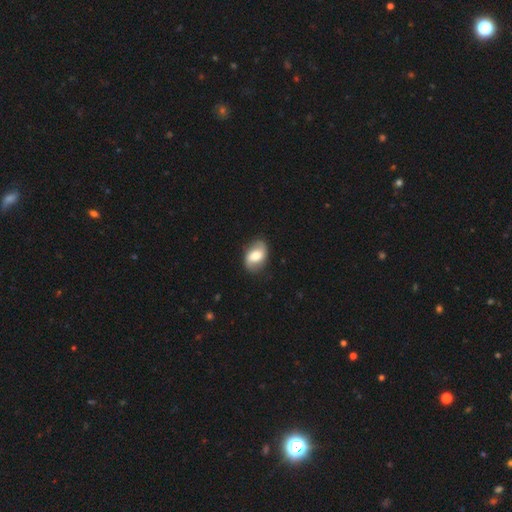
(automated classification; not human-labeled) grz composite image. It shows a smooth galaxy with no disk features (47%). Merging: none (82%).